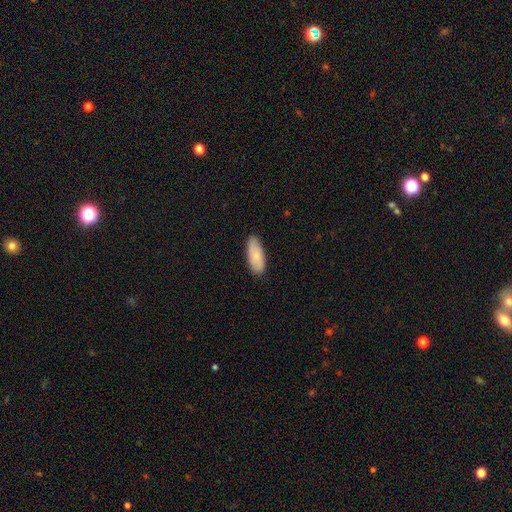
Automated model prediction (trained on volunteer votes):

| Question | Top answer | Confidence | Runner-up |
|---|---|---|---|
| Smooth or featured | smooth | 75% | featured or disk (19%) |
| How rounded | in between | 84% | cigar-shaped (14%) |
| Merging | none | 84% | minor disturbance (13%) |